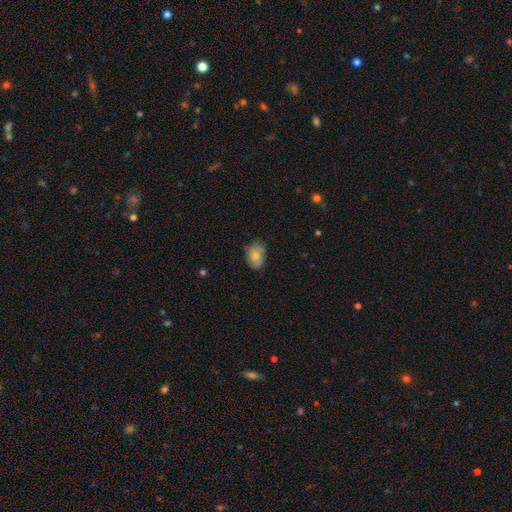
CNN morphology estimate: smooth 72%, featured or disk 20%, star or artifact 8%. Down the decision tree: how rounded — in between (79%); merging — none (68%).